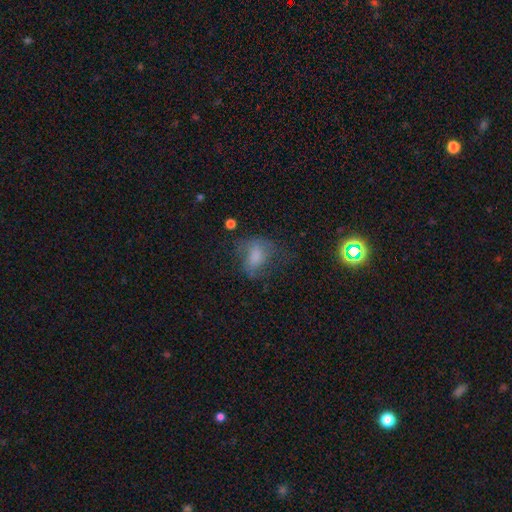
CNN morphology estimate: type=smooth (59%); roundness=in between (72%); merging=none (41%).